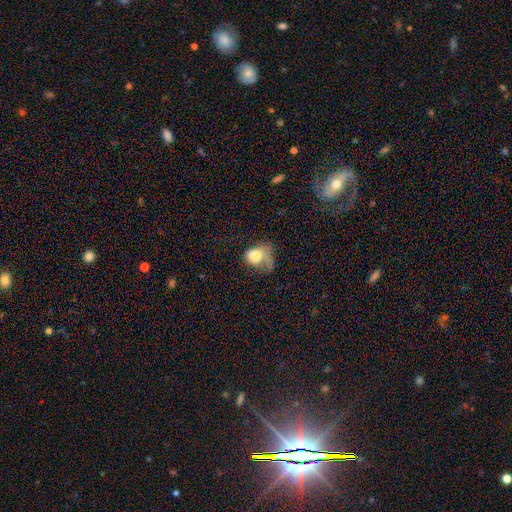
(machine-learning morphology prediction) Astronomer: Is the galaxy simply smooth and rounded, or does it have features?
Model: smooth — 59%.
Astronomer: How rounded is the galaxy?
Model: in between — 61% (runner-up: round, 37%).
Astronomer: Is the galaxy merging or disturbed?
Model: major disturbance — 56%.